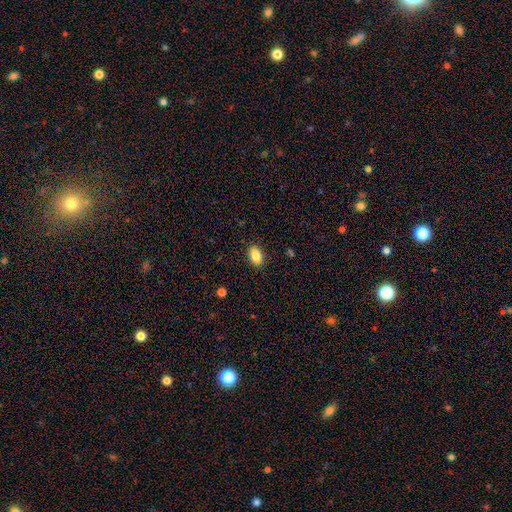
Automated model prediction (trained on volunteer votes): Smooth or featured? Predicted: smooth (p=0.87). How rounded? Predicted: in between (p=0.89). Merging? Predicted: none (p=0.88).